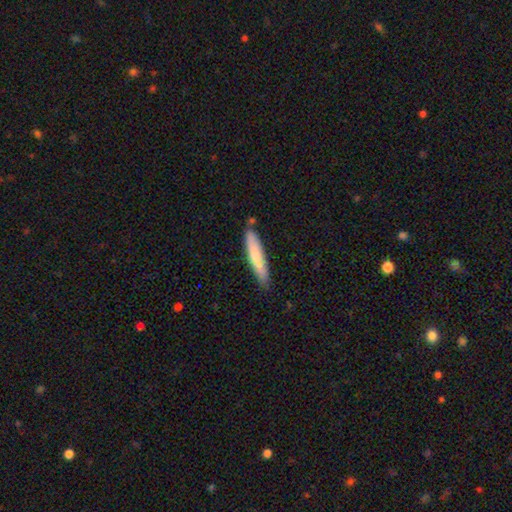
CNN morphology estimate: A smooth galaxy with no disk features (72%) that is cigar-shaped (89%). Merging: none (82%).